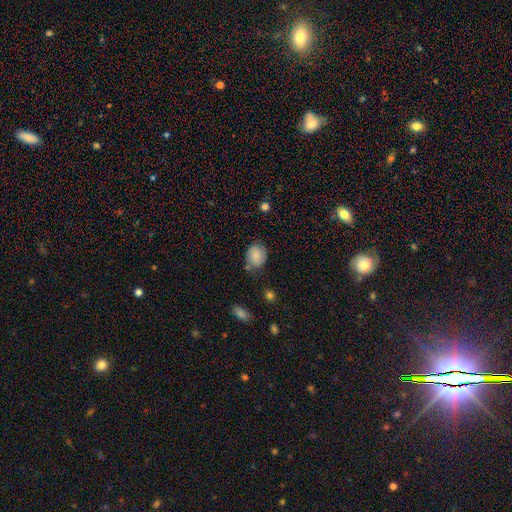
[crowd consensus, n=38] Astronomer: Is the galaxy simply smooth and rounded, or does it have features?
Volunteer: smooth — 71%.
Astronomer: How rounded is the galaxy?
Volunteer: round — 85%.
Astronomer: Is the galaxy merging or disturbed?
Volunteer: none — 74%.